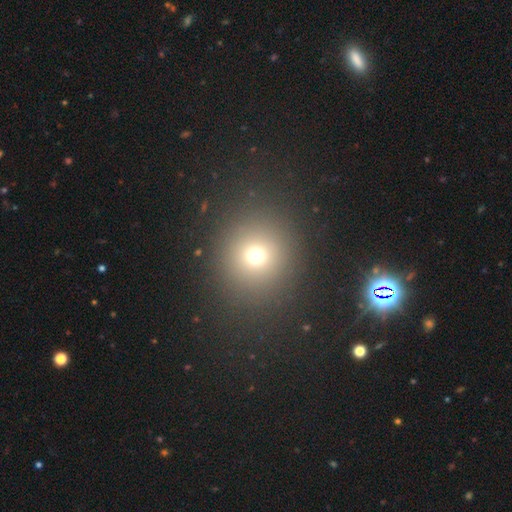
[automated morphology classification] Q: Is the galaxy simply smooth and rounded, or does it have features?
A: smooth — 69%.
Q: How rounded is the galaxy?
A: round — 91%.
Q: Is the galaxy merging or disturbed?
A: none — 87%.